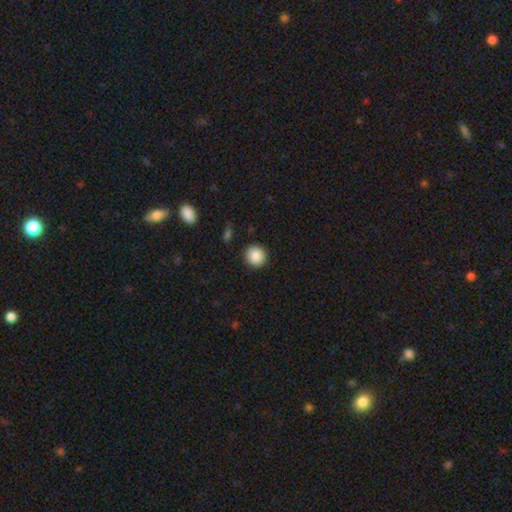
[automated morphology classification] smooth-or-featured: smooth: 88% | star or artifact: 8% | featured or disk: 4%
  how-rounded: round: 91% | in between: 8% | cigar-shaped: 1%
  merging: none: 90% | minor disturbance: 7% | major disturbance: 2% | merger: 1%